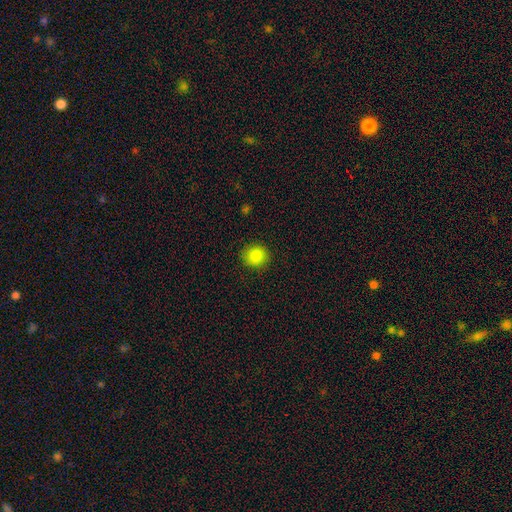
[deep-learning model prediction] This appears to be a smooth galaxy with no disk features (86%) that is round (88%). Merging: none (89%).